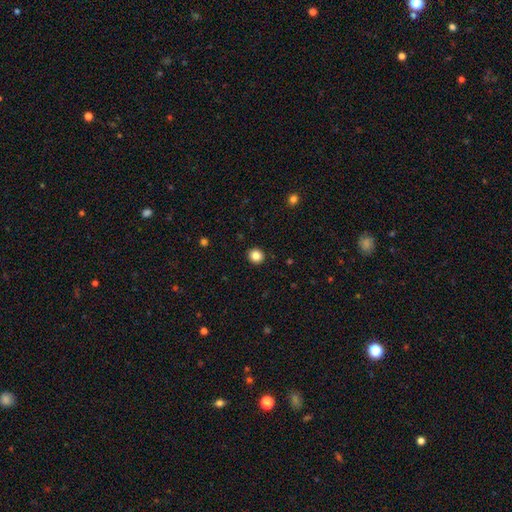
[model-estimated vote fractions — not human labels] Q: Smooth or featured?
A: smooth (84%); runner-up: star or artifact (10%)
Q: How rounded?
A: round (83%); runner-up: in between (16%)
Q: Merging?
A: none (92%); runner-up: minor disturbance (5%)